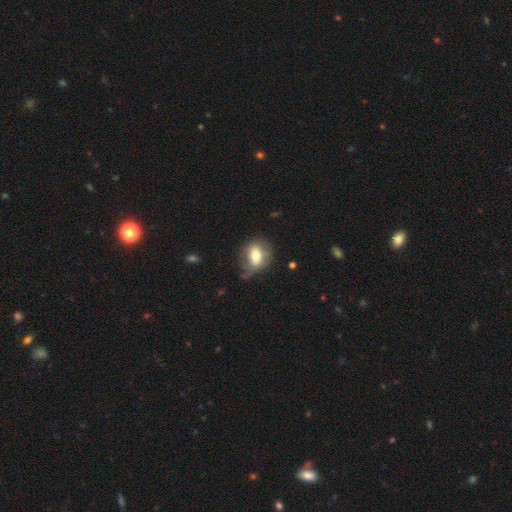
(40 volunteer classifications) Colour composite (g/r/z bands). It shows a smooth galaxy with no disk features (78%) that is round (52%). Merging: none (51%).